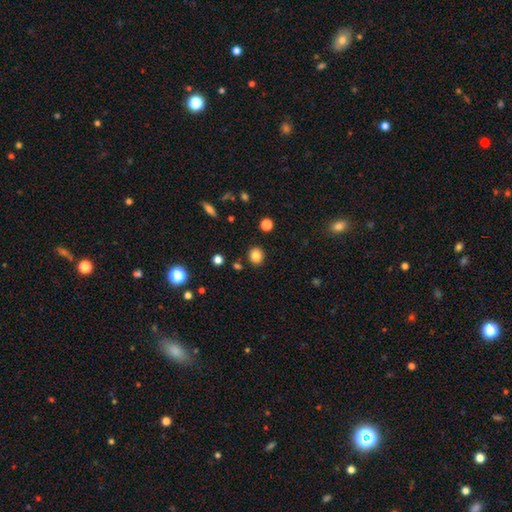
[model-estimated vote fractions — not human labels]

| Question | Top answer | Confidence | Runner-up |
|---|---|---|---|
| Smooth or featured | smooth | 83% | star or artifact (11%) |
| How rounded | round | 78% | in between (21%) |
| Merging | none | 88% | minor disturbance (7%) |